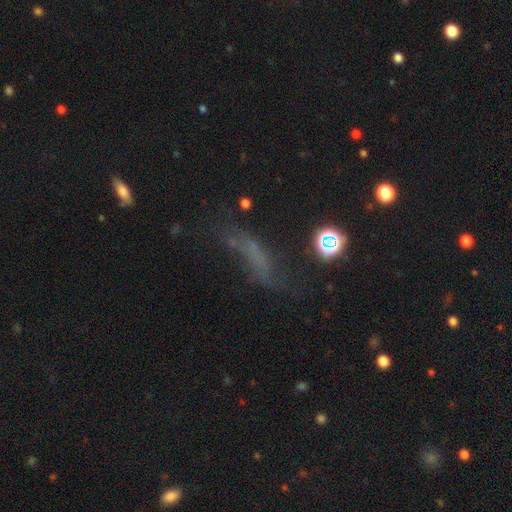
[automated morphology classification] This appears to be a smooth galaxy with no disk features (42%). Merging: none (45%).